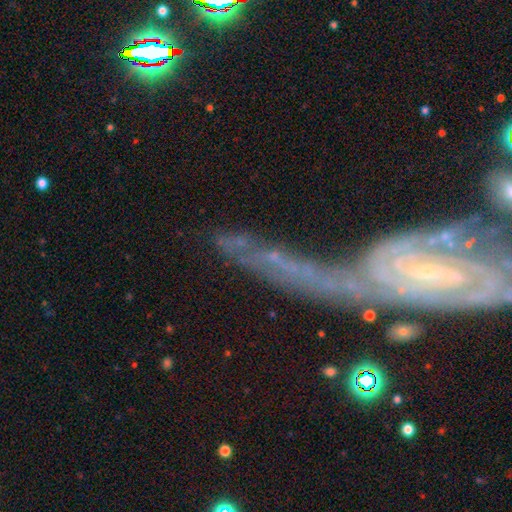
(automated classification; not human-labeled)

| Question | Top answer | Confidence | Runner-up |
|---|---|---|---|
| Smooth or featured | featured or disk | 71% | smooth (15%) |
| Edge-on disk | no | 81% | yes (19%) |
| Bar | no | 43% | weak (31%) |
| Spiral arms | yes | 80% | no (20%) |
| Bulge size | small | 67% | moderate (16%) |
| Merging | none | 35% | major disturbance (25%) |